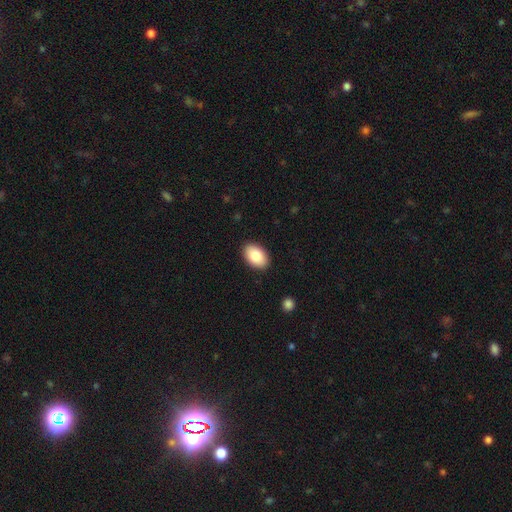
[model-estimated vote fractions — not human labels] smooth-or-featured: smooth: 84% | featured or disk: 9% | star or artifact: 7%
  how-rounded: in between: 91% | round: 8% | cigar-shaped: 1%
  merging: none: 89% | minor disturbance: 8% | major disturbance: 2% | merger: 1%